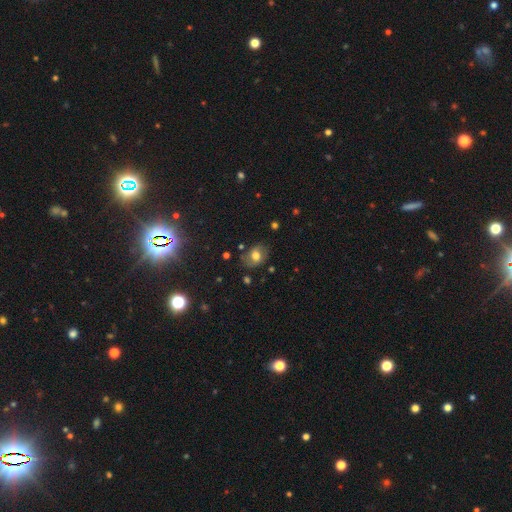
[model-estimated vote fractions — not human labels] Smooth or featured? Predicted: smooth (p=0.62). How rounded? Predicted: in between (p=0.65). Merging? Predicted: none (p=0.71).